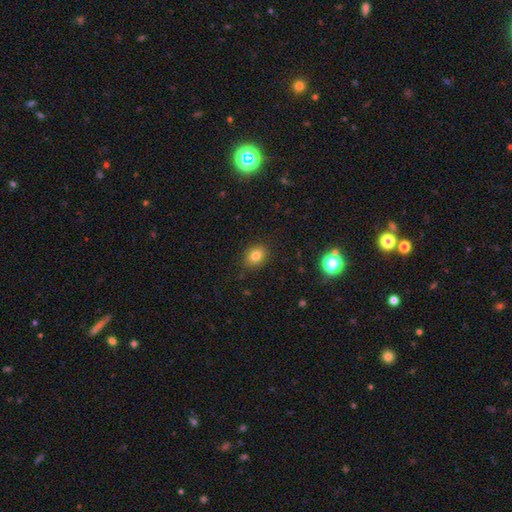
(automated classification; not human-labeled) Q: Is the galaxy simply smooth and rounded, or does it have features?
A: smooth — 80%.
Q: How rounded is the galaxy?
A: in between — 58%.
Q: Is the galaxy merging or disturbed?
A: none — 87%.